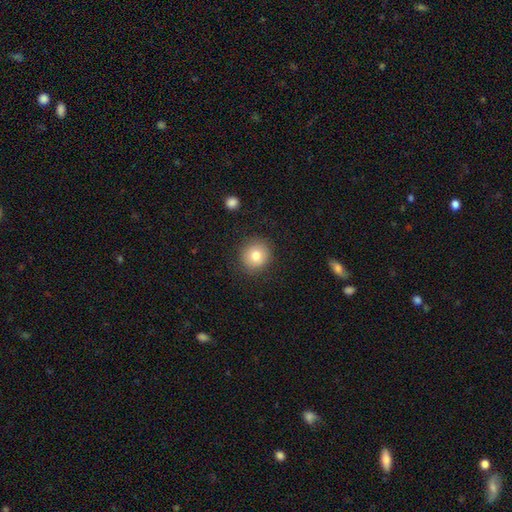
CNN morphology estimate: smooth 77%, featured or disk 12%, star or artifact 10%. Down the decision tree: how rounded — round (91%); merging — none (88%).